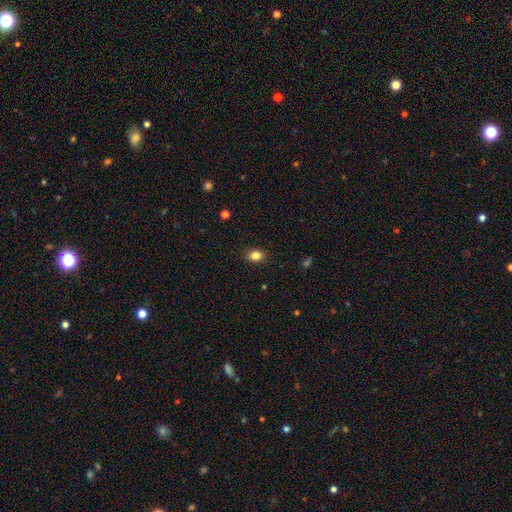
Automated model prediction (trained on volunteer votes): Overall: smooth (84%). How rounded: in between (66%; round 33%). Merging: none (88%).